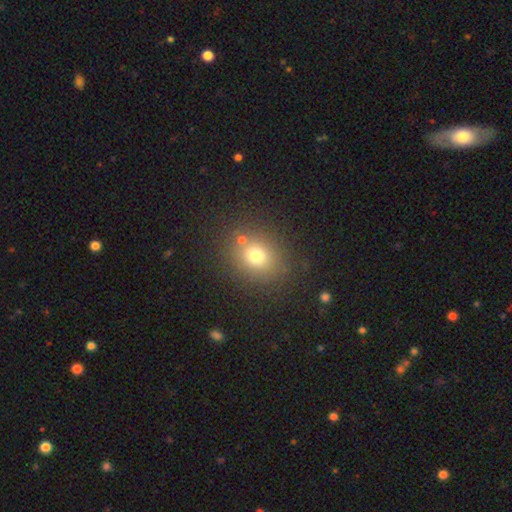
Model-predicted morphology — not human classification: type=smooth (73%); roundness=round (71%); merging=none (81%).